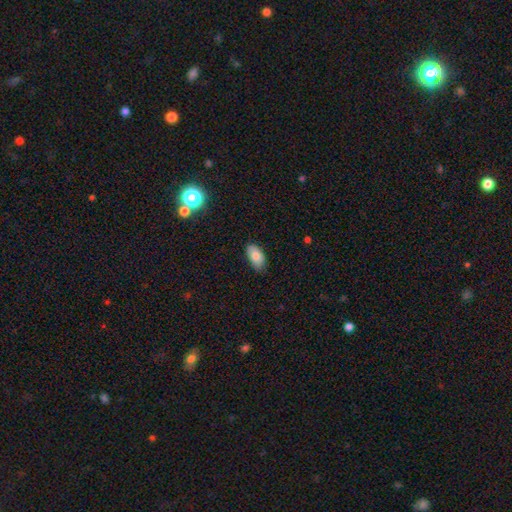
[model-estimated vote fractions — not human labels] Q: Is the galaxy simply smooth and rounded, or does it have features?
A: smooth — 80%.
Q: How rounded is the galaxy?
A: in between — 93%.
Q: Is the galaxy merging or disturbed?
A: none — 78%.